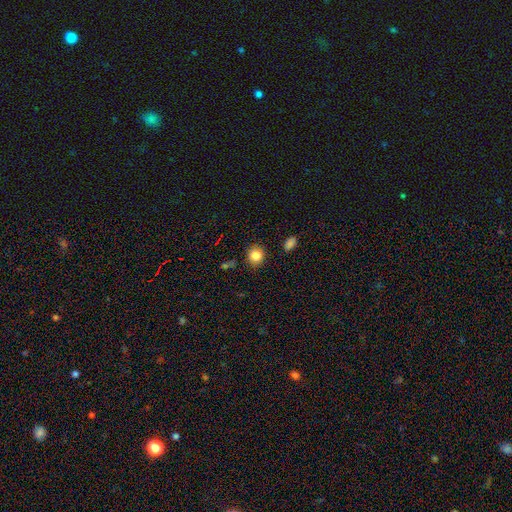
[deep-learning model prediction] Morphology: type=smooth (84%); roundness=round (83%); merging=none (86%).